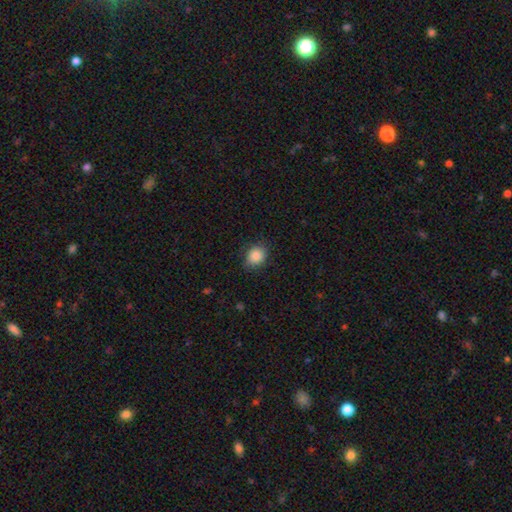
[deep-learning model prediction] smooth 87%, star or artifact 9%, featured or disk 5%. Down the decision tree: how rounded — round (66%); merging — none (80%).